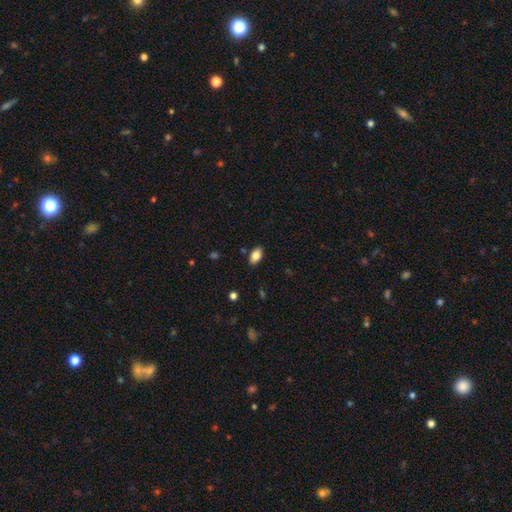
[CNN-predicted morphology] type=smooth (83%); roundness=in between (91%); merging=none (86%).